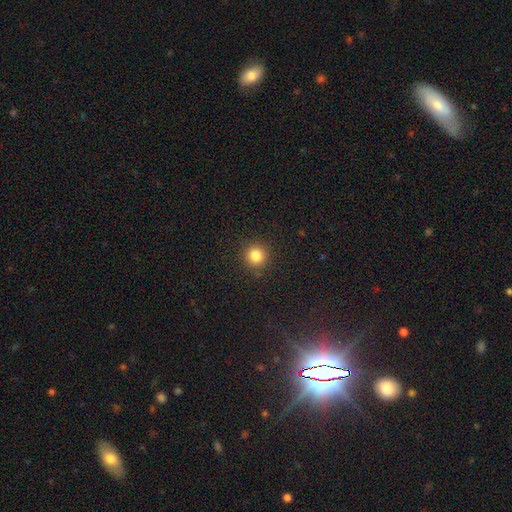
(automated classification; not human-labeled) Smooth or featured: smooth — 83% (star or artifact — 12%)
How rounded: round — 94% (in between — 5%)
Merging: none — 91% (minor disturbance — 6%)